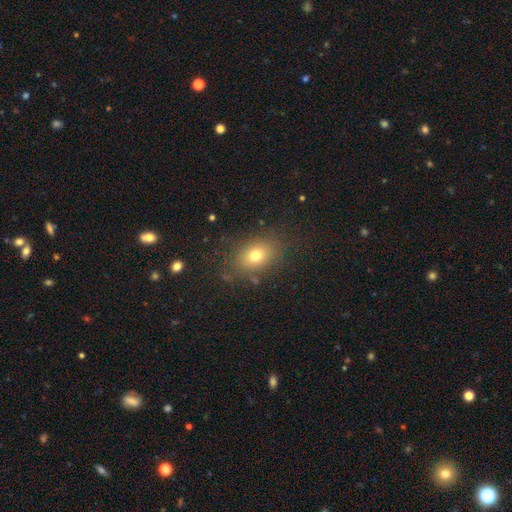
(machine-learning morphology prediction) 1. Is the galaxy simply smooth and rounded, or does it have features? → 74% smooth, 13% featured or disk, 13% star or artifact.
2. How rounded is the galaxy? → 73% in between, 25% round, 2% cigar-shaped.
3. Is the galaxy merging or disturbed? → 80% none, 13% minor disturbance, 5% major disturbance, 2% merger.